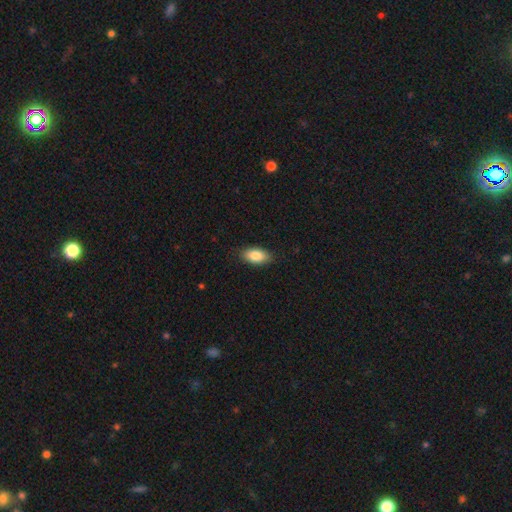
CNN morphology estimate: This appears to be a smooth galaxy with no disk features (86%) that is in between round and cigar-shaped (92%). Merging: none (87%).